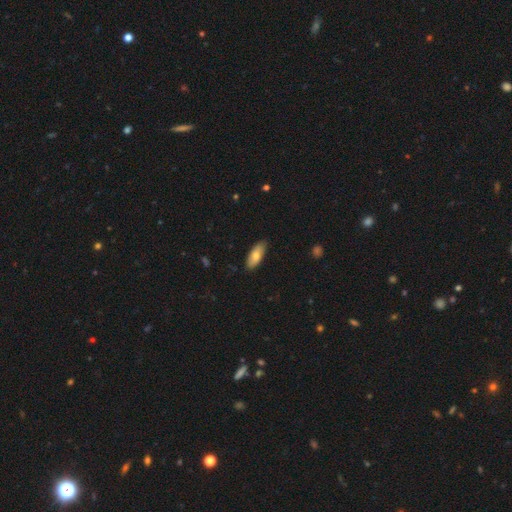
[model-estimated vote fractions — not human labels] This appears to be a smooth galaxy with no disk features (74%) that is in between round and cigar-shaped (76%). Merging: none (85%).